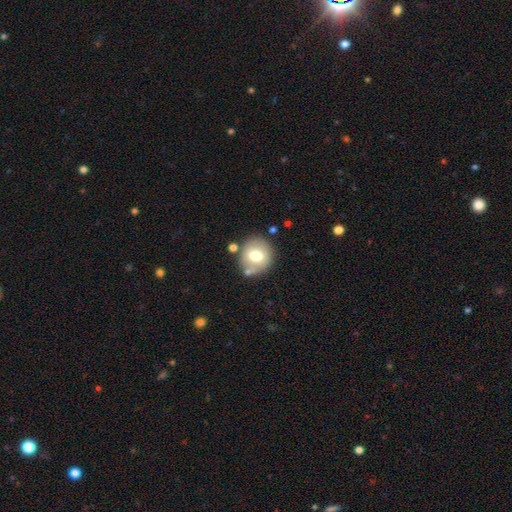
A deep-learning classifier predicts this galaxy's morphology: smooth-or-featured: smooth: 68% | featured or disk: 23% | star or artifact: 9%
  how-rounded: round: 85% | in between: 14% | cigar-shaped: 1%
  merging: none: 76% | minor disturbance: 12% | merger: 8% | major disturbance: 4%